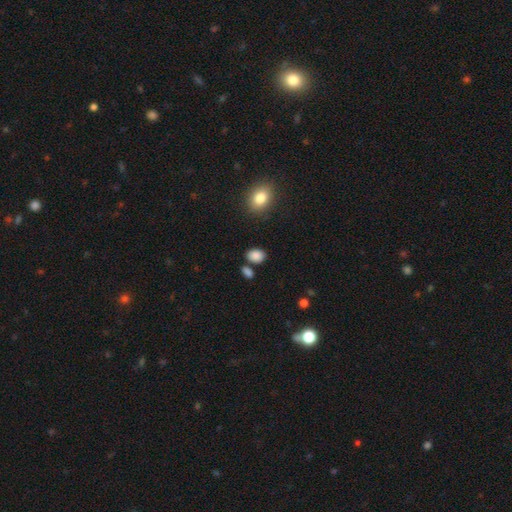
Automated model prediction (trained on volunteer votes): Smooth or featured? smooth (87%)
How rounded? in between (75%)
Merging? none (76%)